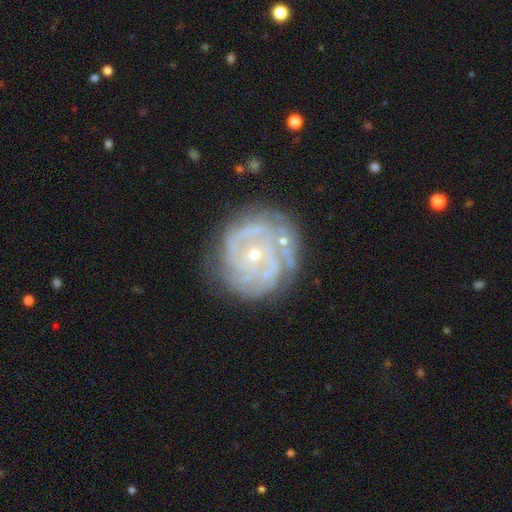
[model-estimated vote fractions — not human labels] This is clearly a featured or disk galaxy (86%). It is clearly not viewed edge-on (98%). Bar: likely no (71%). Spiral arm pattern: clearly yes (95%). Spiral arm count: marginally can't tell (27%). Spiral winding: likely tight (74%). Central bulge: likely small (72%). Merging: likely none (74%).